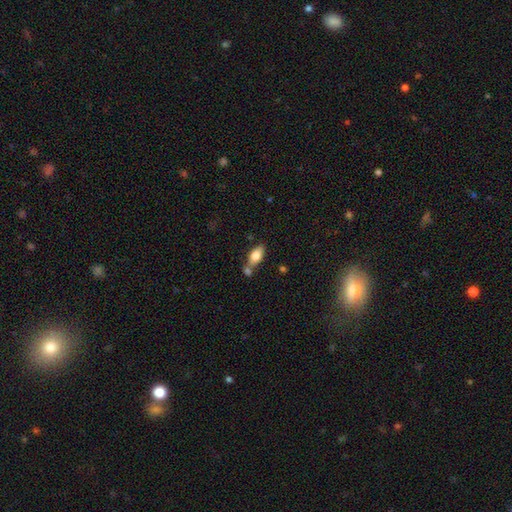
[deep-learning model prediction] Morphology: type=smooth (75%); roundness=in between (87%); merging=none (55%).